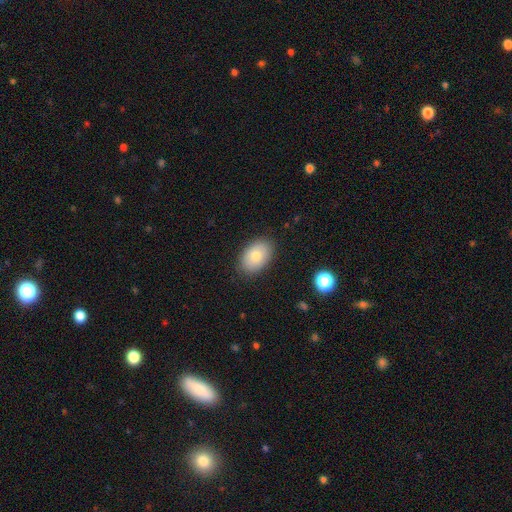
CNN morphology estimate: Smooth or featured: smooth — 79% (featured or disk — 13%)
How rounded: in between — 87% (round — 12%)
Merging: none — 86% (minor disturbance — 10%)